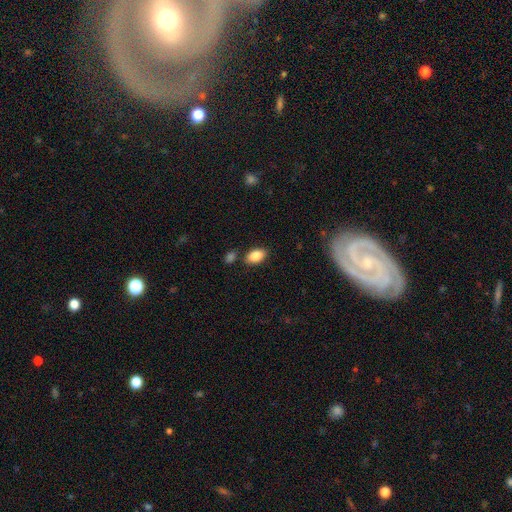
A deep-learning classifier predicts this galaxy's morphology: smooth-or-featured: smooth: 87% | star or artifact: 7% | featured or disk: 6%
  how-rounded: in between: 91% | round: 7% | cigar-shaped: 2%
  merging: none: 80% | minor disturbance: 12% | merger: 6% | major disturbance: 3%